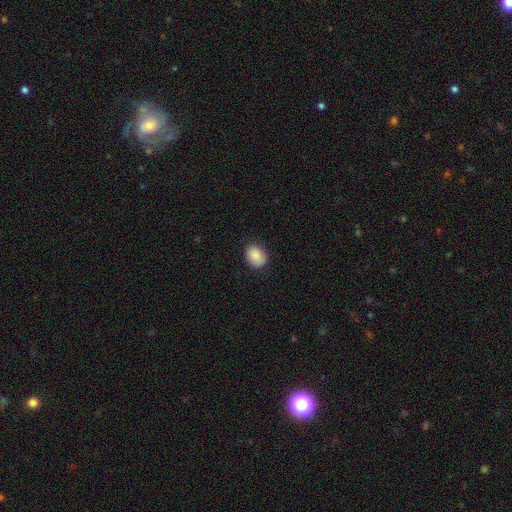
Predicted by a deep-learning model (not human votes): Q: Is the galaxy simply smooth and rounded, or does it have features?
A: smooth — 88%.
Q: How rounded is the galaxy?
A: in between — 59%.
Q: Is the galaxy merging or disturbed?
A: none — 82%.